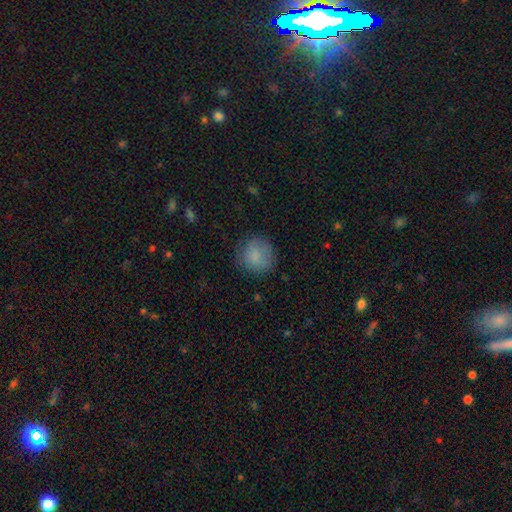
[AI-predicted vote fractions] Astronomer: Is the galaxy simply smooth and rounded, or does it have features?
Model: smooth — 83%.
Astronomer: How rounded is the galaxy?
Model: round — 90%.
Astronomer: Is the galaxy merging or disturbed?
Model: none — 77%.